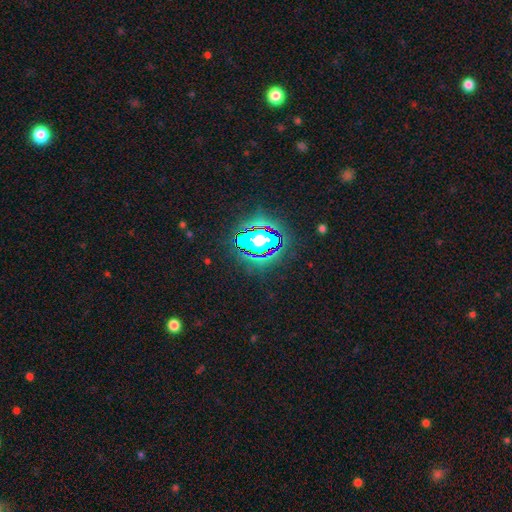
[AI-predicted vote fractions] smooth_or_featured: star or artifact (p=0.85) [alt: smooth p=0.09]